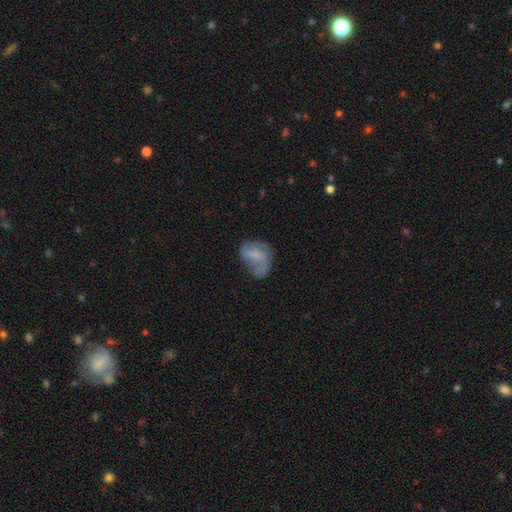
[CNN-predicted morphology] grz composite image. It shows a smooth galaxy with no disk features (46%). Merging: none (41%).